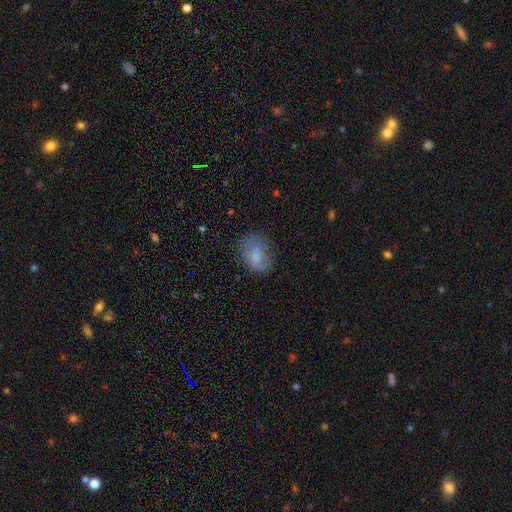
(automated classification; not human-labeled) This is likely a smooth galaxy (66%). How rounded: likely in between (75%). Merging: possibly none (56%).